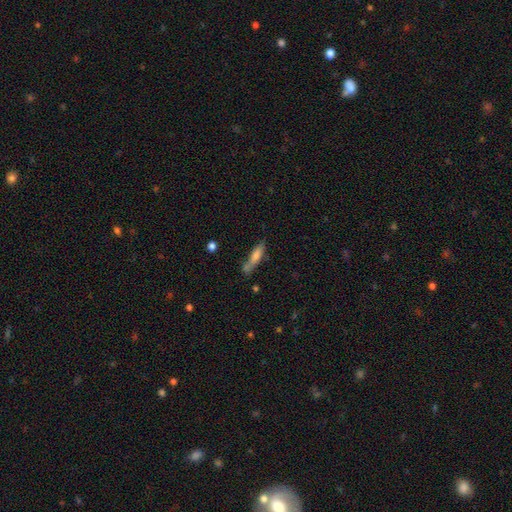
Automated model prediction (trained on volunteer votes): A smooth galaxy with no disk features (63%) that is cigar-shaped (79%).

Vote fractions:
- Smooth or featured? smooth: 63% / featured or disk: 28% / star or artifact: 9%
- How rounded? cigar-shaped: 79% / in between: 19% / round: 2%
- Merging? none: 60% / minor disturbance: 21% / merger: 13% / major disturbance: 7%